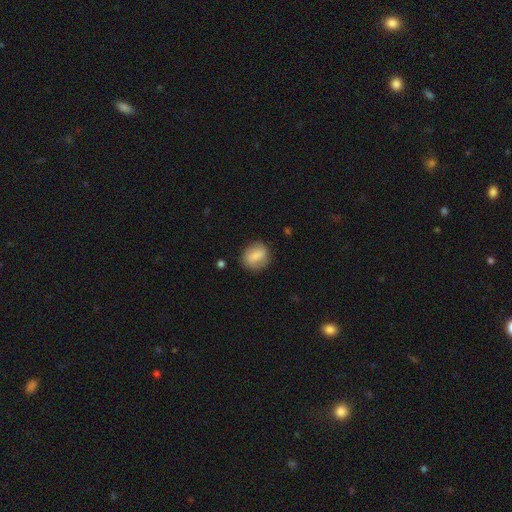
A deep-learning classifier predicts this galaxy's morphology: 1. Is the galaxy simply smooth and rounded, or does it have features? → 76% smooth, 17% featured or disk, 7% star or artifact.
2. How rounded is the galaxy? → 53% round, 45% in between, 2% cigar-shaped.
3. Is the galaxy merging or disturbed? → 81% none, 14% minor disturbance, 4% major disturbance, 2% merger.